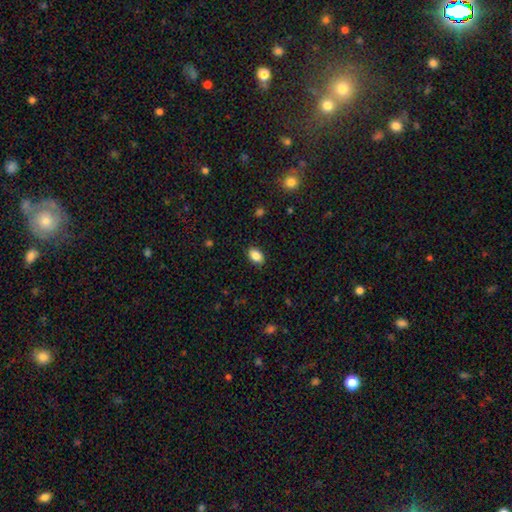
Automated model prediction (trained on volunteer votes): Smooth or featured?
  - smooth: 87% *
  - star or artifact: 8%
  - featured or disk: 5%
How rounded?
  - in between: 88% *
  - round: 11%
  - cigar-shaped: 2%
Merging?
  - none: 88% *
  - minor disturbance: 9%
  - major disturbance: 2%
  - merger: 1%